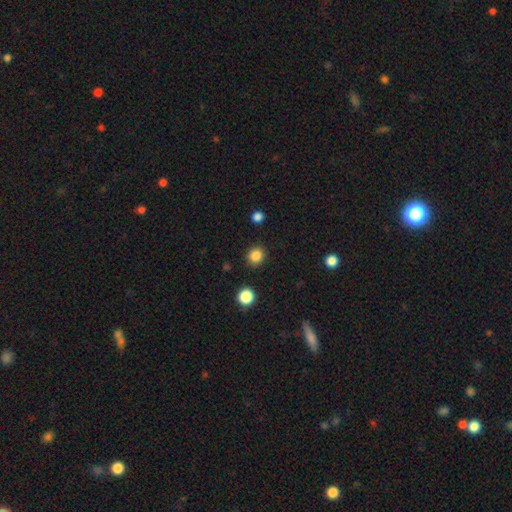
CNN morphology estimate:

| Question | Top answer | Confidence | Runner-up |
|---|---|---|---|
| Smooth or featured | smooth | 85% | star or artifact (11%) |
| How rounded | round | 87% | in between (12%) |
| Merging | none | 90% | minor disturbance (6%) |